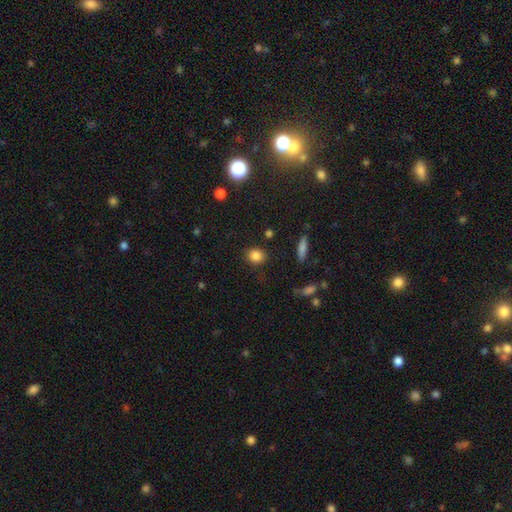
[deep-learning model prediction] Smooth or featured: smooth — 84% (star or artifact — 11%)
How rounded: round — 69% (in between — 29%)
Merging: none — 86% (minor disturbance — 9%)